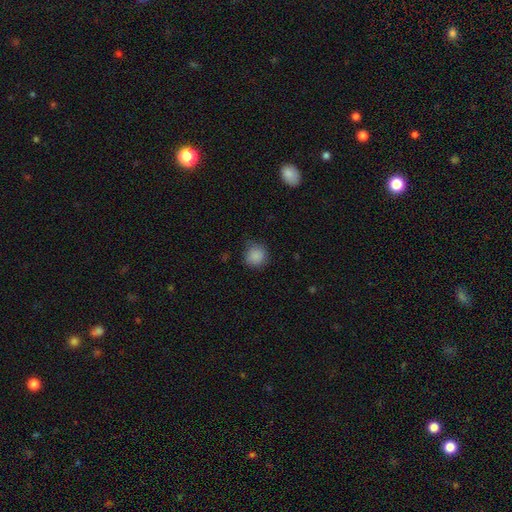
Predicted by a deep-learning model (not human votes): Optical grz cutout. It shows a smooth galaxy with no disk features (87%) that is round (91%). Merging: none (80%).